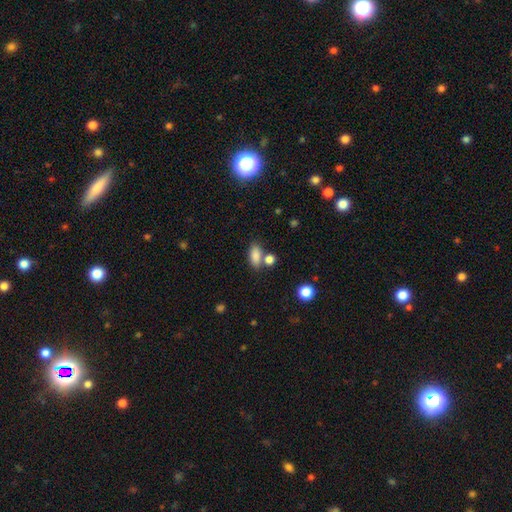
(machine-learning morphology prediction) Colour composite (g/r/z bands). It shows a smooth galaxy with no disk features (84%) that is in between round and cigar-shaped (84%). Merging: none (61%).